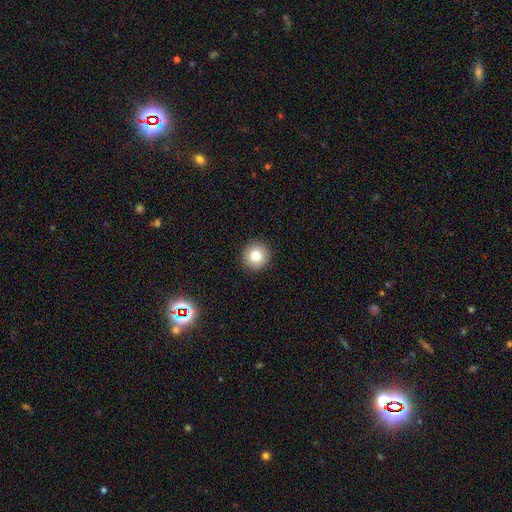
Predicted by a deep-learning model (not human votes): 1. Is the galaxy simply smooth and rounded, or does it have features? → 80% smooth, 11% star or artifact, 10% featured or disk.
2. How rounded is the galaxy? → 95% round, 4% in between, 1% cigar-shaped.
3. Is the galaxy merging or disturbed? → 93% none, 5% minor disturbance, 2% major disturbance, 1% merger.